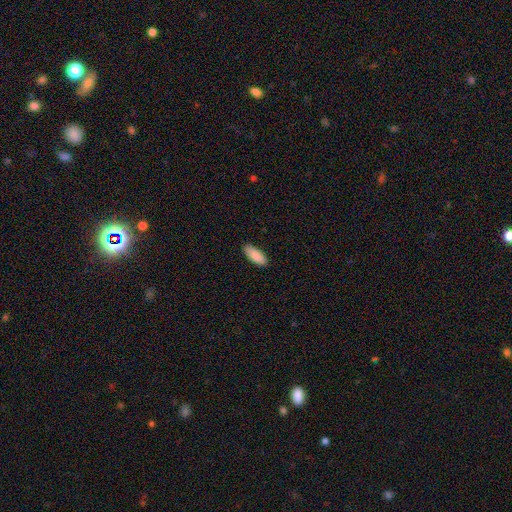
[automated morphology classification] Q: Smooth or featured?
A: smooth (89%); runner-up: star or artifact (6%)
Q: How rounded?
A: in between (78%); runner-up: cigar-shaped (21%)
Q: Merging?
A: none (89%); runner-up: minor disturbance (8%)